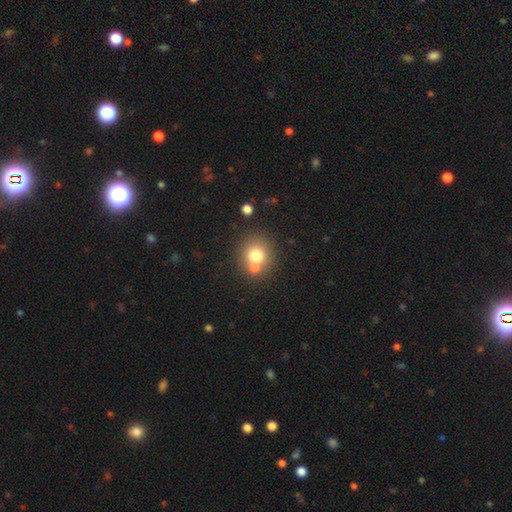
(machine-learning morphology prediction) Overall: smooth (73%). How rounded: round (86%). Merging: none (59%; merger 30%).